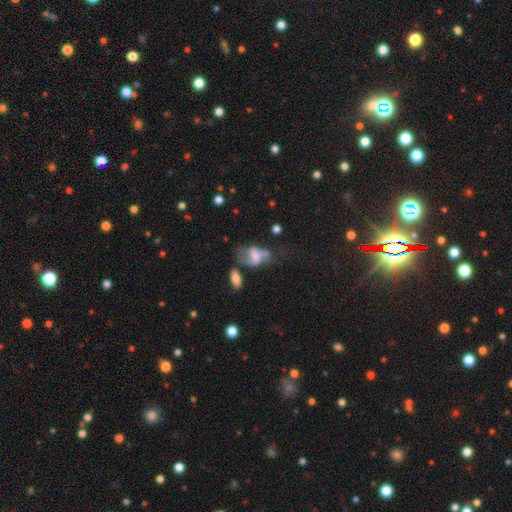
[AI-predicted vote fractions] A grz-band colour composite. It shows a featured or disk galaxy (45%). Merging: major disturbance (32%).